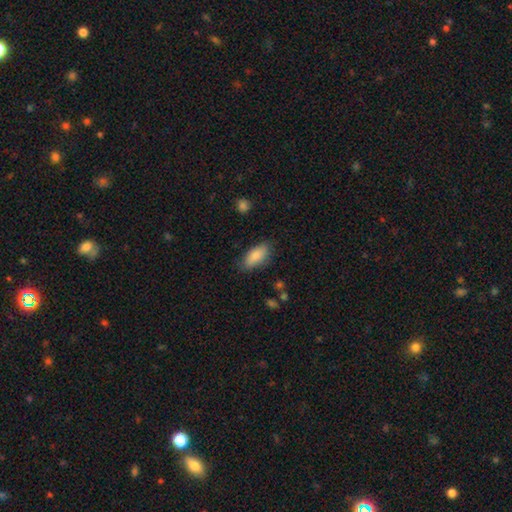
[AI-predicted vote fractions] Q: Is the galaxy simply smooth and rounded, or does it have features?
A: smooth — 85%.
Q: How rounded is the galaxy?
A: in between — 86%.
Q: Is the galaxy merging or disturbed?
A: none — 80%.